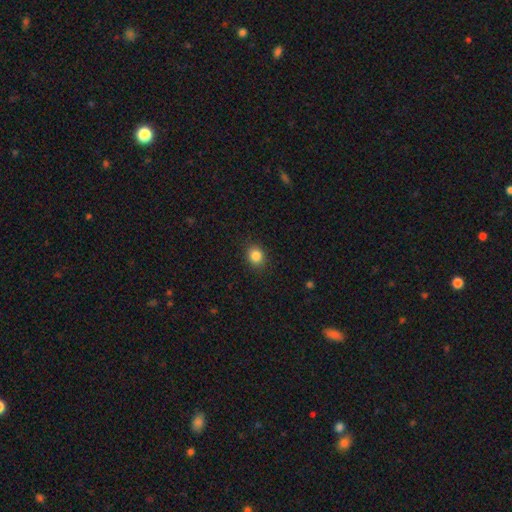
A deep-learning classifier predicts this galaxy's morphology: The model was most divided on "how rounded": round: 65%, in between: 34%, cigar-shaped: 1%. More confident: merging — none (89%); smooth or featured — smooth (85%).